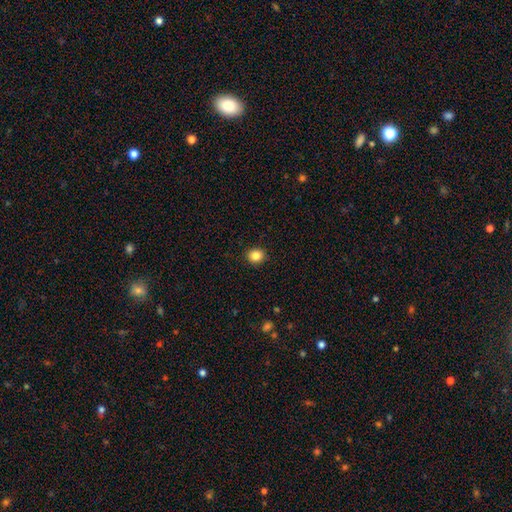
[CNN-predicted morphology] This appears to be a smooth galaxy with no disk features (84%) that is round (81%). Merging: none (92%).